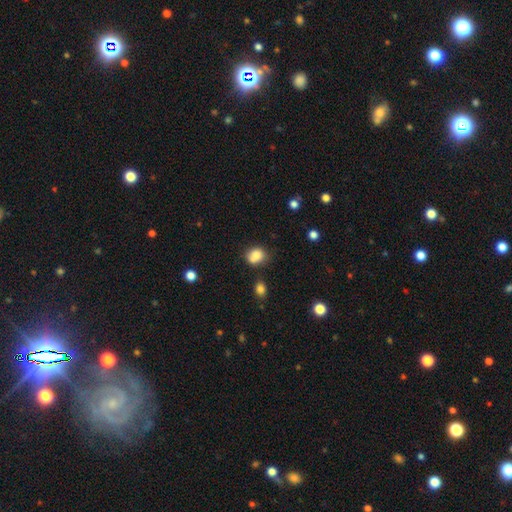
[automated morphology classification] Q: Smooth or featured?
A: smooth (82%); runner-up: star or artifact (10%)
Q: How rounded?
A: round (61%); runner-up: in between (38%)
Q: Merging?
A: none (55%); runner-up: minor disturbance (21%)